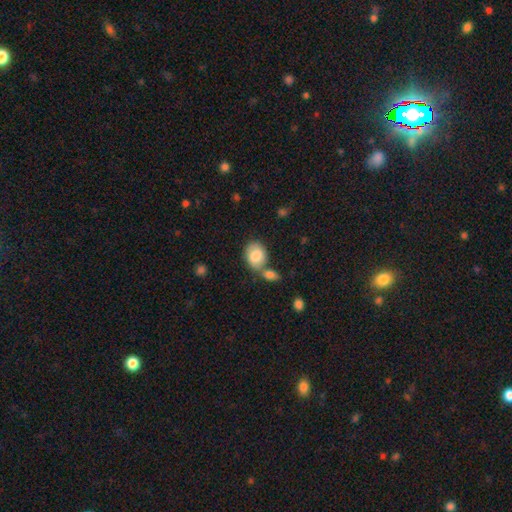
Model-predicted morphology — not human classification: Smooth or featured? smooth (81%)
How rounded? in between (63%)
Merging? none (50%)